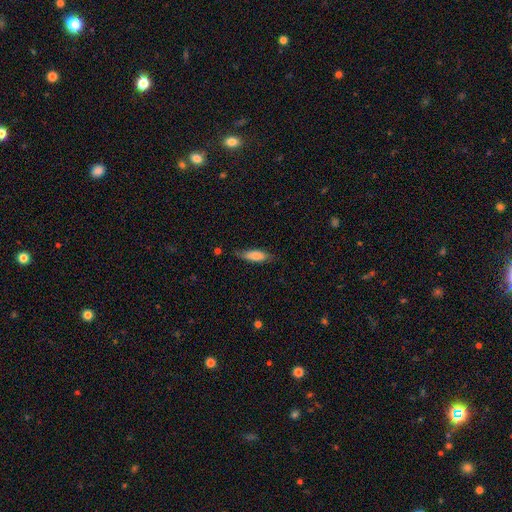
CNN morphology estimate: smooth 79%, featured or disk 15%, star or artifact 6%. Down the decision tree: how rounded — in between (53%); merging — none (70%).